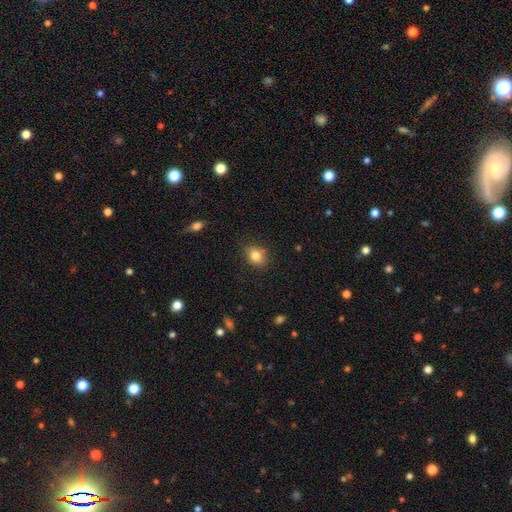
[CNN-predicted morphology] smooth-or-featured: smooth: 82% | star or artifact: 10% | featured or disk: 8%
  how-rounded: in between: 52% | round: 47% | cigar-shaped: 1%
  merging: none: 79% | minor disturbance: 15% | major disturbance: 3% | merger: 3%